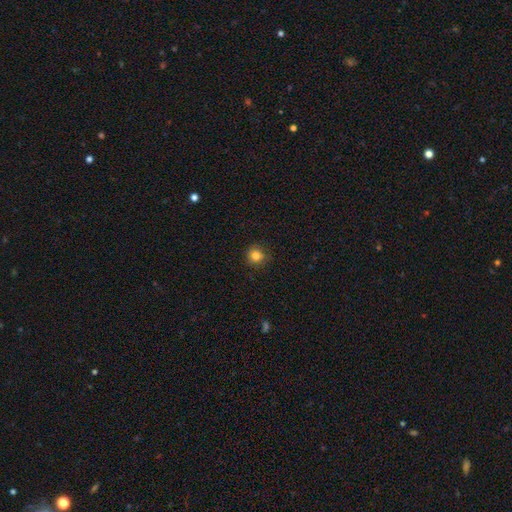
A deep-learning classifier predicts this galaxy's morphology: Overall: smooth (83%). How rounded: round (93%). Merging: none (87%).